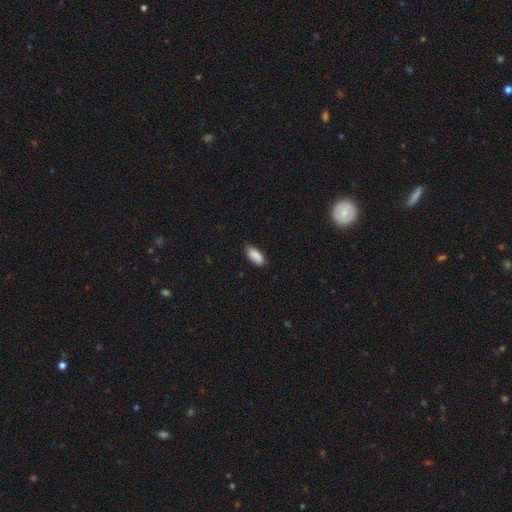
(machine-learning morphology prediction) Q: Smooth or featured?
A: smooth (88%); runner-up: star or artifact (7%)
Q: How rounded?
A: in between (84%); runner-up: cigar-shaped (14%)
Q: Merging?
A: none (77%); runner-up: minor disturbance (18%)